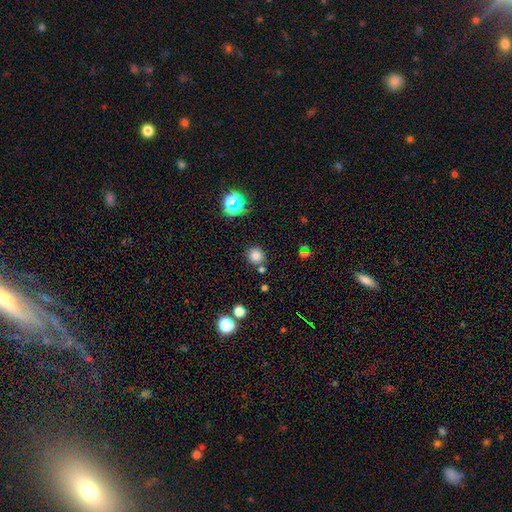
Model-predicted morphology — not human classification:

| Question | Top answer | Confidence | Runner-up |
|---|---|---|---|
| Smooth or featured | smooth | 77% | star or artifact (17%) |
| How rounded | round | 91% | in between (8%) |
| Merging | none | 79% | minor disturbance (9%) |